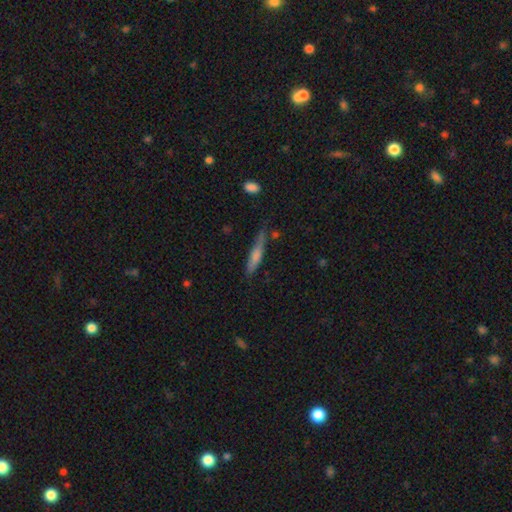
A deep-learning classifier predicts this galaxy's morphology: smooth-or-featured: smooth: 59% | featured or disk: 33% | star or artifact: 8%
  how-rounded: cigar-shaped: 89% | in between: 9% | round: 2%
  merging: none: 69% | minor disturbance: 22% | major disturbance: 5% | merger: 4%